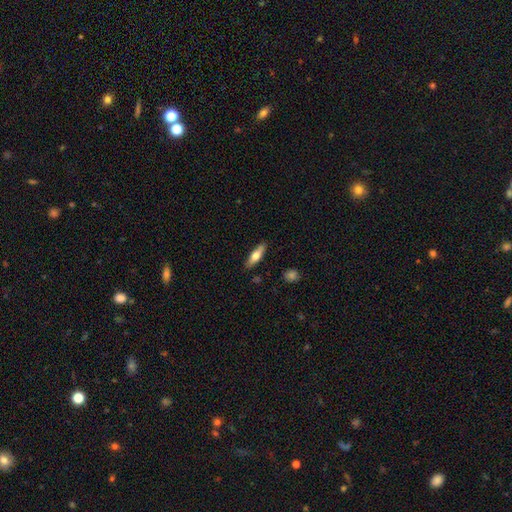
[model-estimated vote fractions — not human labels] Smooth or featured? Predicted: smooth (p=0.63). How rounded? Predicted: cigar-shaped (p=0.52). Merging? Predicted: none (p=0.84).